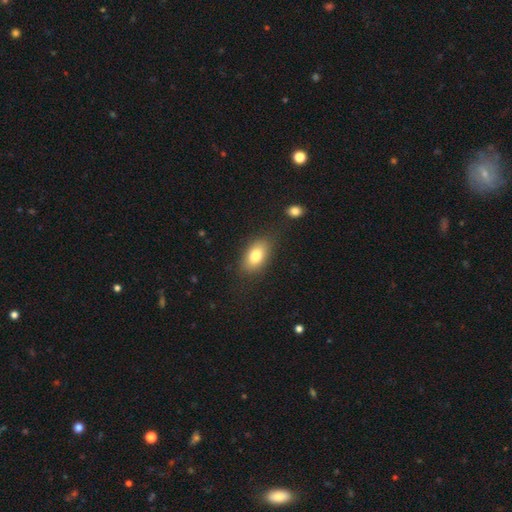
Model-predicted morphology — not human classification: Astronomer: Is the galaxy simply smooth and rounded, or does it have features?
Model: smooth — 79%.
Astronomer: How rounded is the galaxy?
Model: in between — 89%.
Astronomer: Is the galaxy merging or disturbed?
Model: none — 82%.